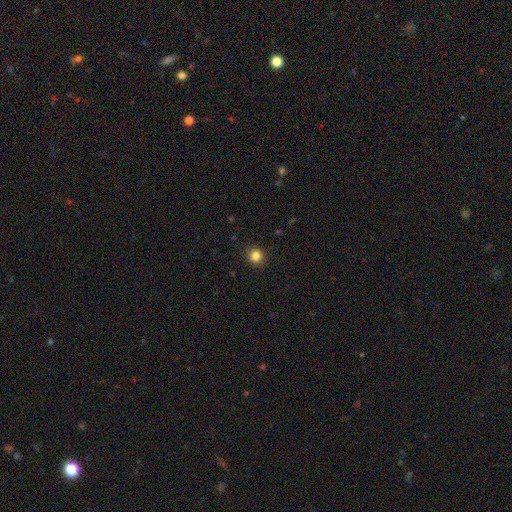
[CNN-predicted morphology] Smooth or featured? smooth (84%)
How rounded? round (87%)
Merging? none (90%)